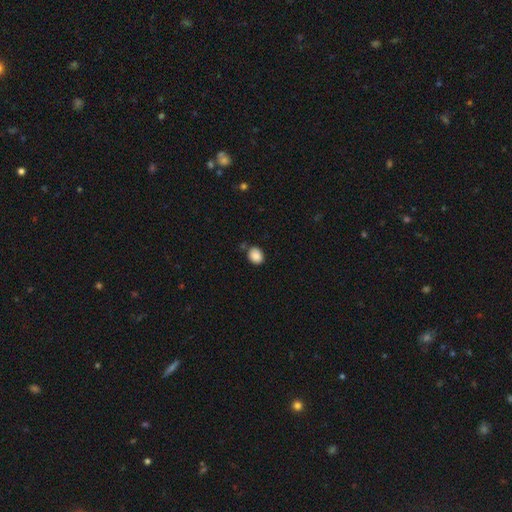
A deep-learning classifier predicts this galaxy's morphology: This is clearly a smooth galaxy (87%). How rounded: possibly in between (57%). Merging: likely none (76%).